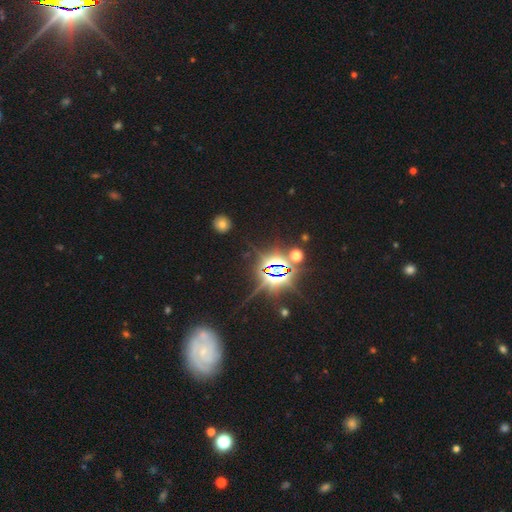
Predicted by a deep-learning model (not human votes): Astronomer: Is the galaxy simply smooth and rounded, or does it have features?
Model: star or artifact — 79%.